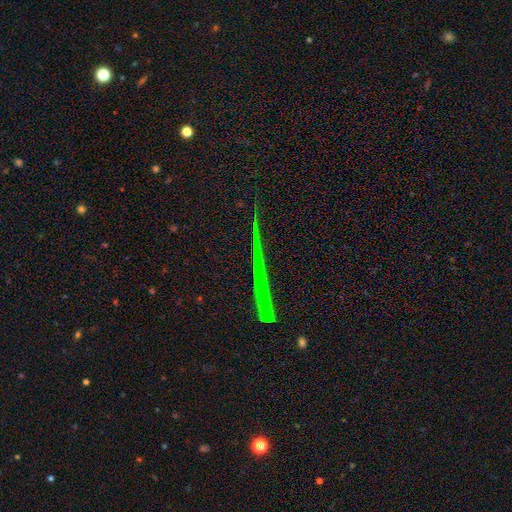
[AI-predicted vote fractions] smooth_or_featured: star or artifact (p=0.77) [alt: featured or disk p=0.13]